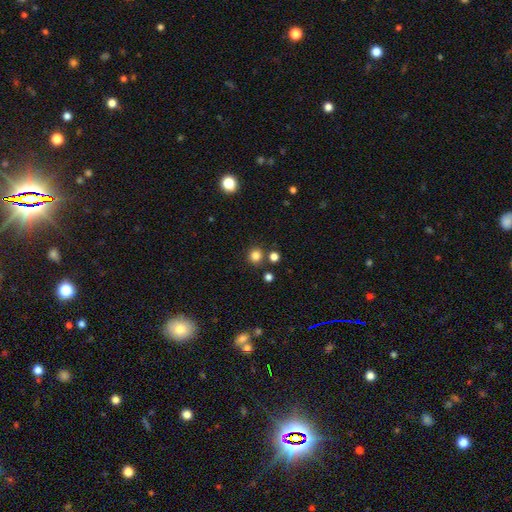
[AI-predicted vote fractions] smooth-or-featured: smooth: 82% | star or artifact: 14% | featured or disk: 4%
  how-rounded: round: 91% | in between: 8% | cigar-shaped: 1%
  merging: none: 83% | merger: 8% | minor disturbance: 7% | major disturbance: 3%